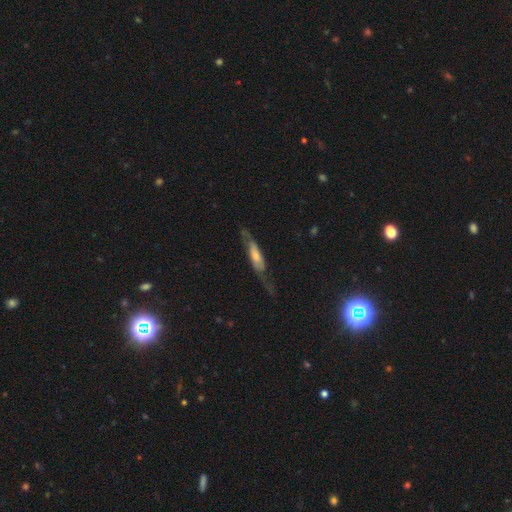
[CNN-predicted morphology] A featured or disk galaxy (54%) viewed edge-on (52%). Merging: none (47%).